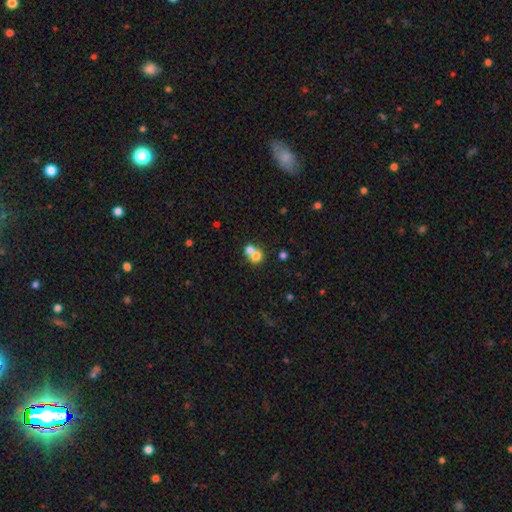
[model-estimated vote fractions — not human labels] The model was most divided on "merging": merger: 62%, none: 31%, minor disturbance: 5%, major disturbance: 3%. More confident: how rounded — round (77%); smooth or featured — smooth (72%).